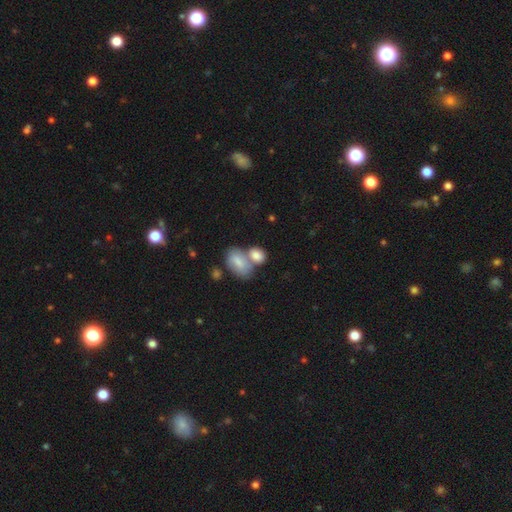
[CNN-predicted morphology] A smooth galaxy with no disk features (78%) that is in between round and cigar-shaped (79%).

Vote fractions:
- Smooth or featured? smooth: 78% / featured or disk: 15% / star or artifact: 7%
- How rounded? in between: 79% / round: 19% / cigar-shaped: 2%
- Merging? merger: 55% / none: 29% / minor disturbance: 11% / major disturbance: 5%